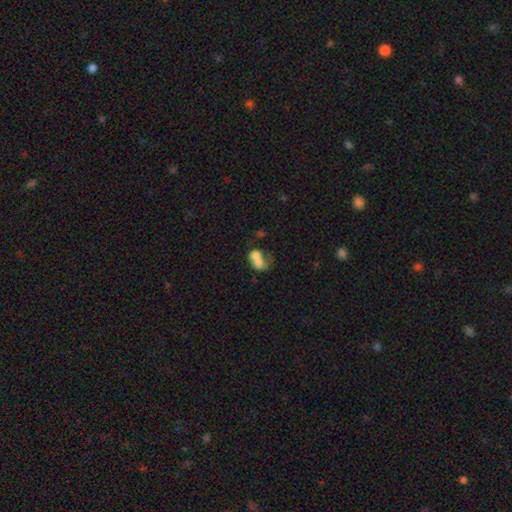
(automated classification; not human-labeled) The model was most divided on "how rounded": in between: 63%, round: 35%, cigar-shaped: 2%. More confident: merging — merger (70%); smooth or featured — smooth (65%).